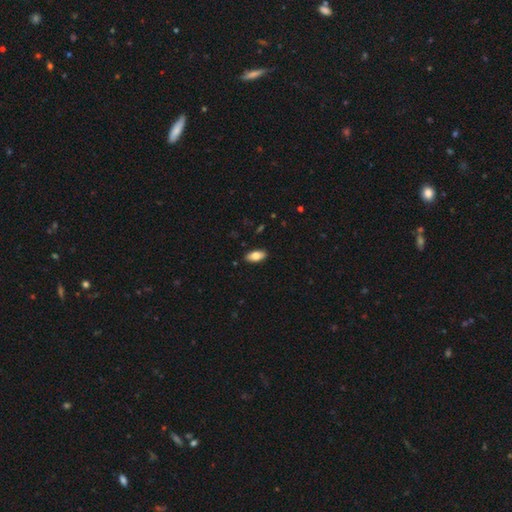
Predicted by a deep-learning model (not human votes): The model was most divided on "smooth or featured": smooth: 82%, featured or disk: 12%, star or artifact: 7%. More confident: how rounded — in between (91%); merging — none (89%).